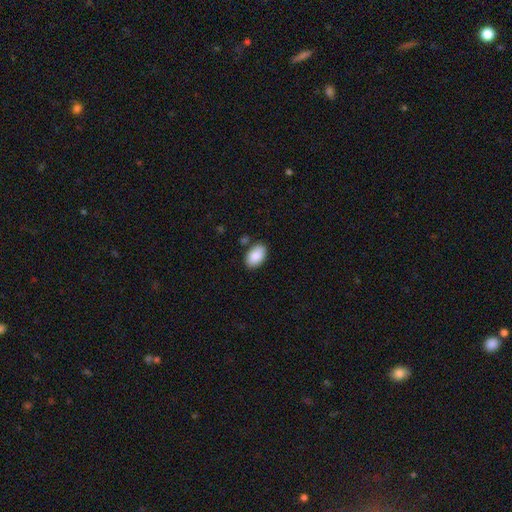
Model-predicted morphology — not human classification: Smooth or featured?
  - smooth: 89% *
  - star or artifact: 6%
  - featured or disk: 5%
How rounded?
  - in between: 93% *
  - round: 6%
  - cigar-shaped: 1%
Merging?
  - none: 80% *
  - minor disturbance: 12%
  - merger: 5%
  - major disturbance: 3%